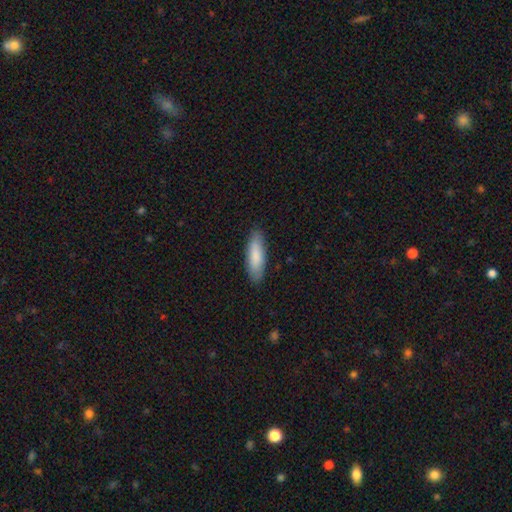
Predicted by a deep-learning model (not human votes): Smooth or featured? smooth (85%)
How rounded? cigar-shaped (50%)
Merging? none (86%)